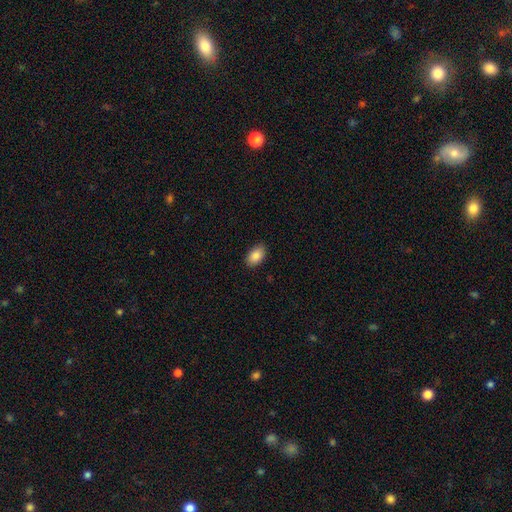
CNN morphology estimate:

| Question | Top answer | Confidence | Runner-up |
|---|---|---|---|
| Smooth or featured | smooth | 88% | star or artifact (7%) |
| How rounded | in between | 93% | round (6%) |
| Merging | none | 86% | minor disturbance (11%) |